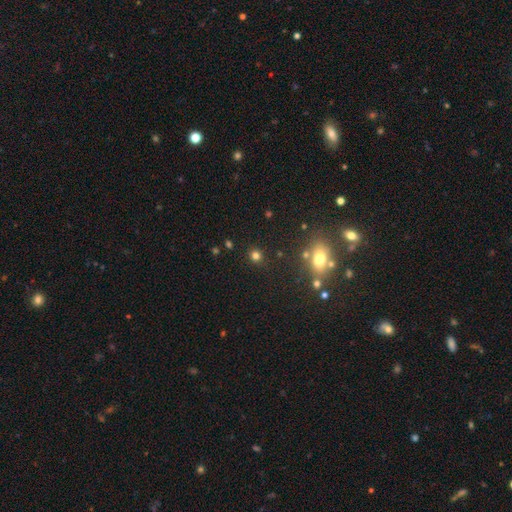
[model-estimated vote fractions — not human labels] smooth_or_featured: smooth (p=0.76) [alt: star or artifact p=0.18]
how_rounded: round (p=0.89) [alt: in between p=0.10]
merging: none (p=0.86) [alt: minor disturbance p=0.07]